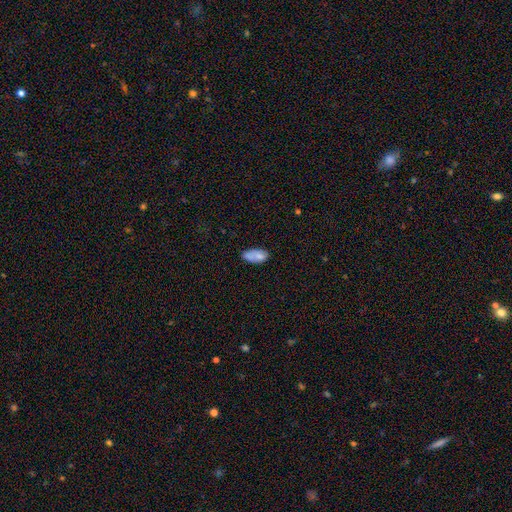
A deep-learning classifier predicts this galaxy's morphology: A smooth galaxy with no disk features (76%) that is in between round and cigar-shaped (92%).

Vote fractions:
- Smooth or featured? smooth: 76% / featured or disk: 16% / star or artifact: 8%
- How rounded? in between: 92% / cigar-shaped: 5% / round: 3%
- Merging? none: 55% / minor disturbance: 29% / major disturbance: 8% / merger: 7%